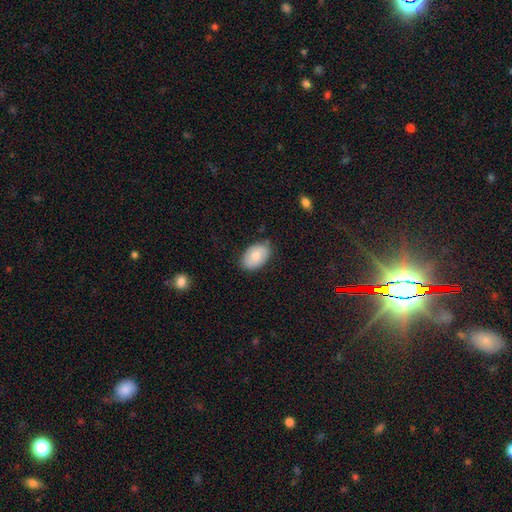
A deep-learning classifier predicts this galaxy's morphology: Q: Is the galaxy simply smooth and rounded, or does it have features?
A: smooth — 74%.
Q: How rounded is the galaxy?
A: in between — 88%.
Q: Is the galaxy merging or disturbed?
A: none — 79%.